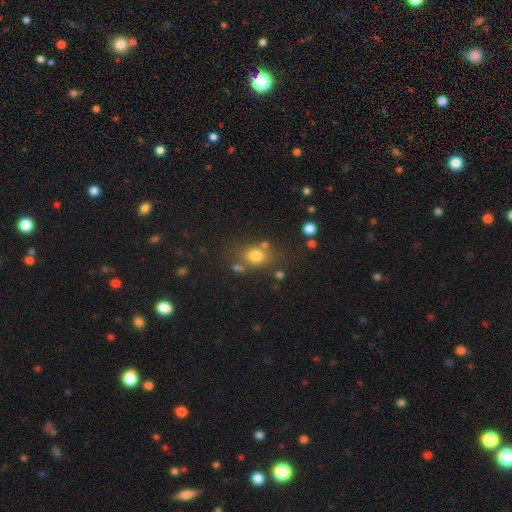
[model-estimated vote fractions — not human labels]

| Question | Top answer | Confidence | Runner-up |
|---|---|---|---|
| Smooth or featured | smooth | 77% | star or artifact (14%) |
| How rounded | round | 55% | in between (44%) |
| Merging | none | 67% | minor disturbance (15%) |